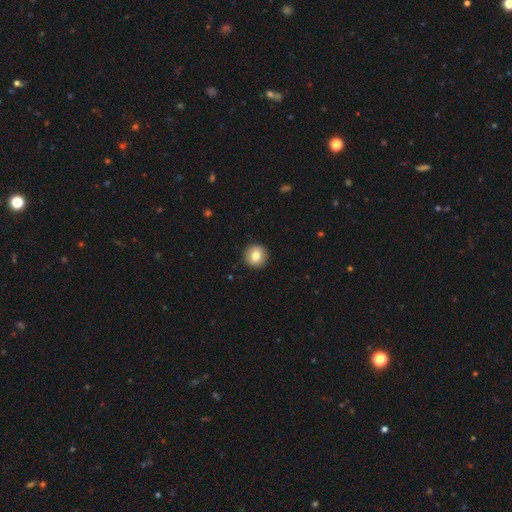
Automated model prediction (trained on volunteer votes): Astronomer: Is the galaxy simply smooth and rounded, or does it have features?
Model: smooth — 80%.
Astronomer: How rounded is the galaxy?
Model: round — 95%.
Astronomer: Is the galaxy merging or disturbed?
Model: none — 93%.